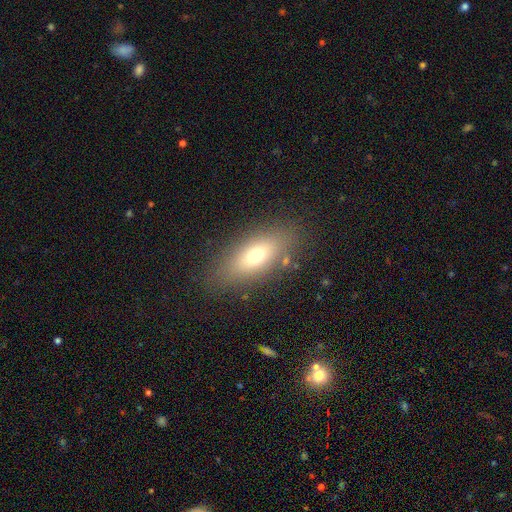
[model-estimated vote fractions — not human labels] A smooth galaxy with no disk features (69%) that is in between round and cigar-shaped (76%).

Vote fractions:
- Smooth or featured? smooth: 69% / featured or disk: 21% / star or artifact: 10%
- How rounded? in between: 76% / cigar-shaped: 20% / round: 4%
- Merging? none: 83% / minor disturbance: 11% / major disturbance: 4% / merger: 2%